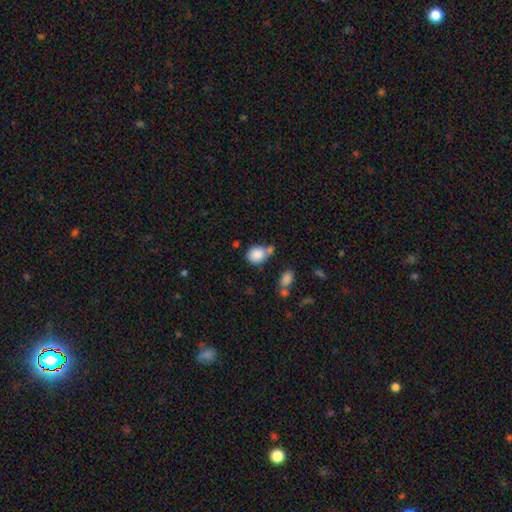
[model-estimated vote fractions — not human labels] This is clearly a smooth galaxy (86%). How rounded: likely round (62%). Merging: possibly none (53%).